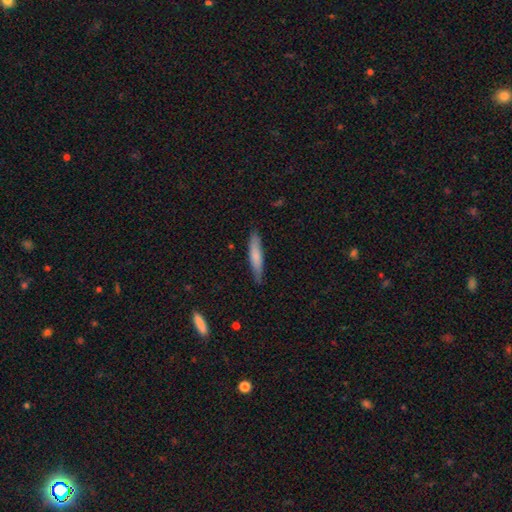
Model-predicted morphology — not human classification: smooth-or-featured: smooth: 74% | featured or disk: 21% | star or artifact: 5%
  how-rounded: cigar-shaped: 87% | in between: 12% | round: 1%
  merging: none: 84% | minor disturbance: 13% | major disturbance: 2% | merger: 1%